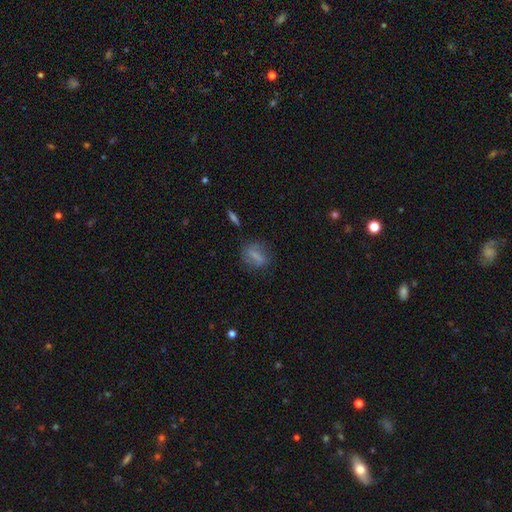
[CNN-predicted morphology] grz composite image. It shows a smooth galaxy with no disk features (63%) that is in between round and cigar-shaped (50%). Merging: none (75%).